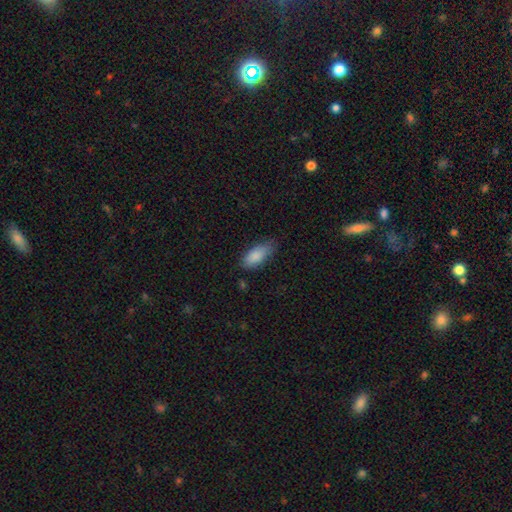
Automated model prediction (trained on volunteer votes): smooth 86%, featured or disk 7%, star or artifact 6%. Down the decision tree: how rounded — in between (84%); merging — none (68%).